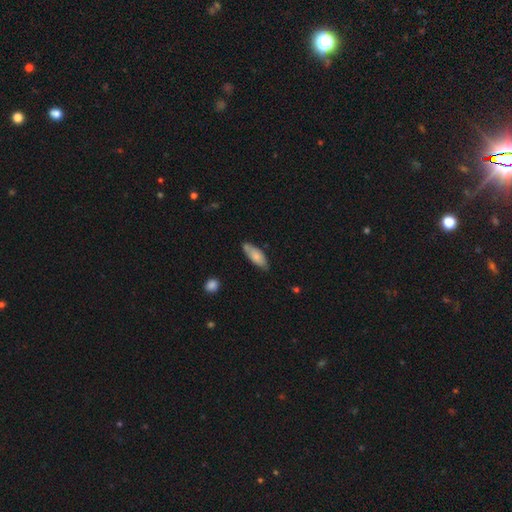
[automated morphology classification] A smooth galaxy with no disk features (77%) that is in between round and cigar-shaped (72%).

Vote fractions:
- Smooth or featured? smooth: 77% / featured or disk: 17% / star or artifact: 6%
- How rounded? in between: 72% / cigar-shaped: 27% / round: 2%
- Merging? none: 65% / minor disturbance: 25% / merger: 6% / major disturbance: 4%